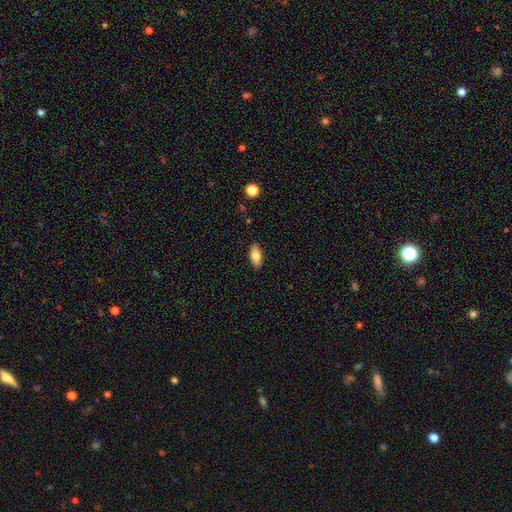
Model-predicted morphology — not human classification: The model was most divided on "smooth or featured": smooth: 78%, featured or disk: 15%, star or artifact: 7%. More confident: merging — none (88%); how rounded — in between (85%).